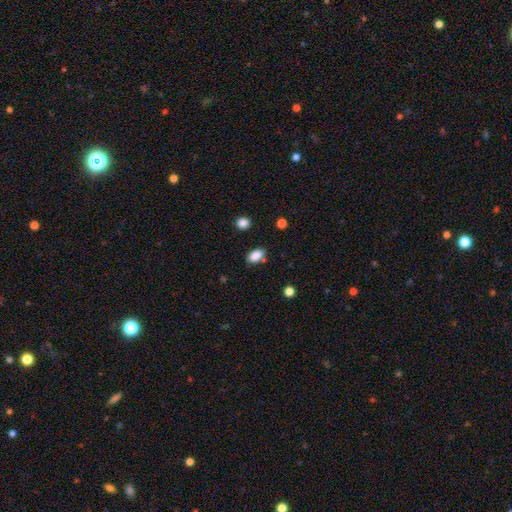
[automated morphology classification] smooth 87%, star or artifact 9%, featured or disk 5%. Down the decision tree: how rounded — in between (88%); merging — none (75%).